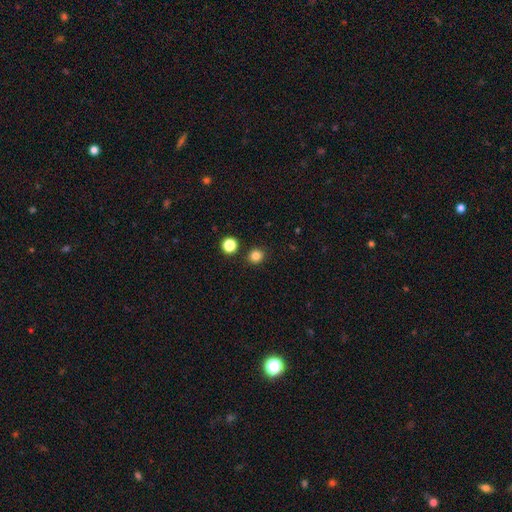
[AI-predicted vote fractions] smooth_or_featured: smooth (p=0.83) [alt: star or artifact p=0.13]
how_rounded: round (p=0.86) [alt: in between p=0.13]
merging: none (p=0.89) [alt: minor disturbance p=0.06]